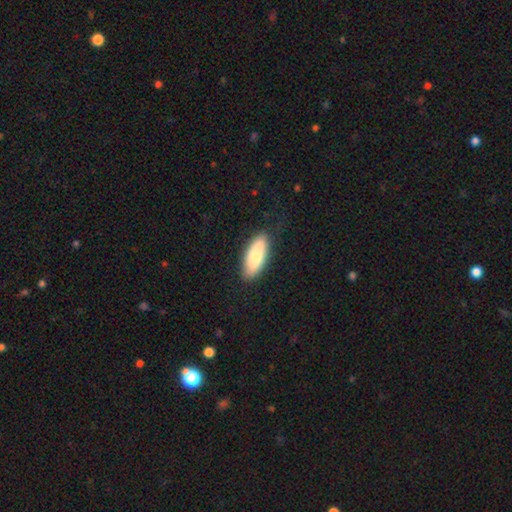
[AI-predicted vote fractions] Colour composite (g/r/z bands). It shows a smooth galaxy with no disk features (80%) that is in between round and cigar-shaped (74%). Merging: none (82%).